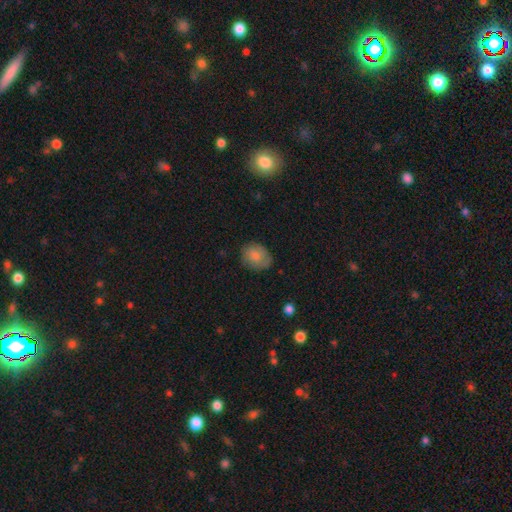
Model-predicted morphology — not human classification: Overall: smooth (79%). How rounded: round (50%; in between 49%). Merging: none (73%).